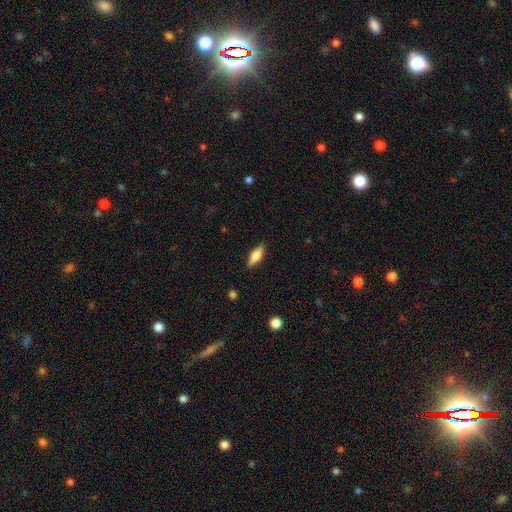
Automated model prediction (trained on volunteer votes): Smooth or featured?
  - smooth: 61% *
  - featured or disk: 32%
  - star or artifact: 7%
How rounded?
  - in between: 63% *
  - cigar-shaped: 35%
  - round: 3%
Merging?
  - none: 86% *
  - minor disturbance: 10%
  - major disturbance: 2%
  - merger: 1%